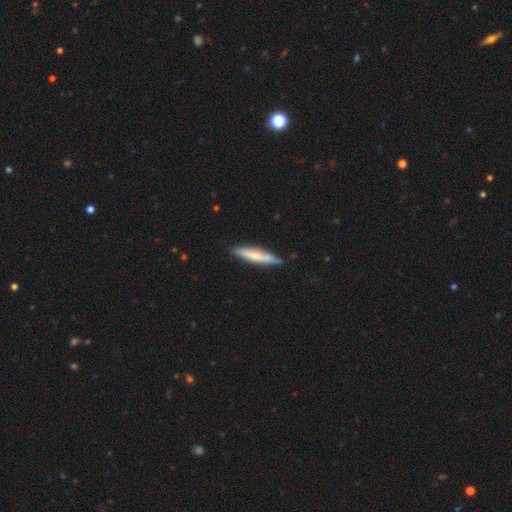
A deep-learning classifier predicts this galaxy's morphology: Overall: smooth (58%; featured or disk 37%). How rounded: cigar-shaped (89%). Merging: none (82%).